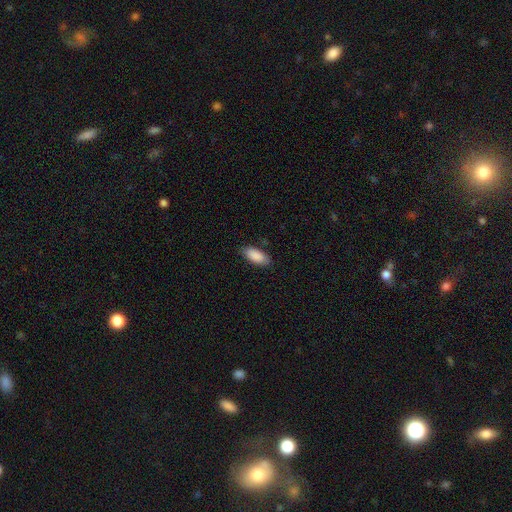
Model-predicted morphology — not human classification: This is clearly a smooth galaxy (90%). How rounded: clearly in between (88%). Merging: clearly none (85%).